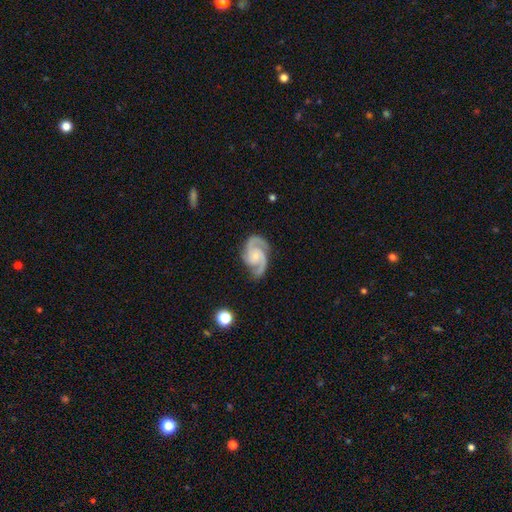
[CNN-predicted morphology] This appears to be a featured or disk galaxy (92%) with no bar (63%), 2 (88%) medium (57%) spiral arms (98%) and a small central bulge (60%). Merging: none (78%).